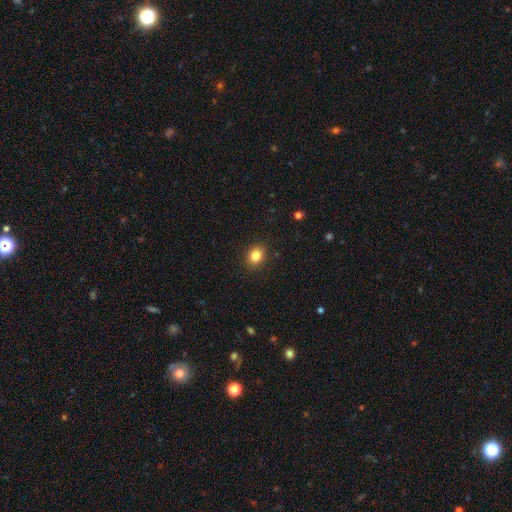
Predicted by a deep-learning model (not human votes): Smooth or featured? Predicted: smooth (p=0.84). How rounded? Predicted: round (p=0.52). Merging? Predicted: none (p=0.90).